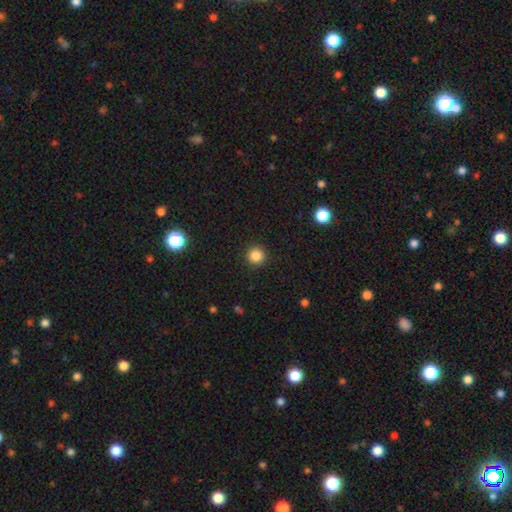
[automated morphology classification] Smooth or featured? Predicted: smooth (p=0.86). How rounded? Predicted: round (p=0.95). Merging? Predicted: none (p=0.92).